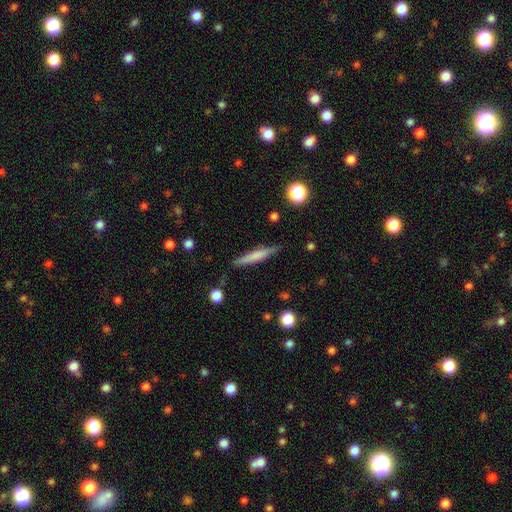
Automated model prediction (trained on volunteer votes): The model was most divided on "smooth or featured": smooth: 59%, featured or disk: 35%, star or artifact: 6%. More confident: how rounded — cigar-shaped (92%); merging — none (84%).